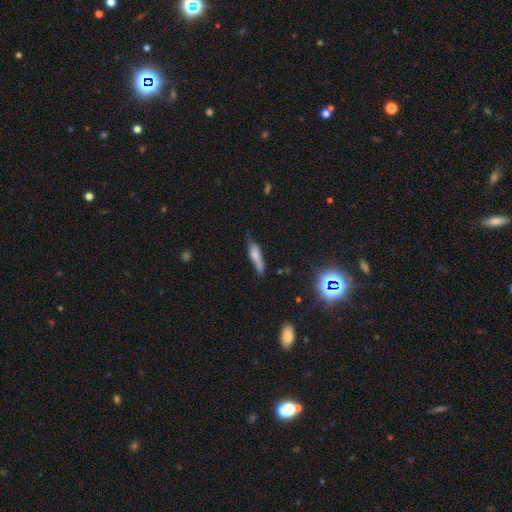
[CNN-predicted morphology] type=smooth (64%); roundness=cigar-shaped (68%); merging=none (53%).